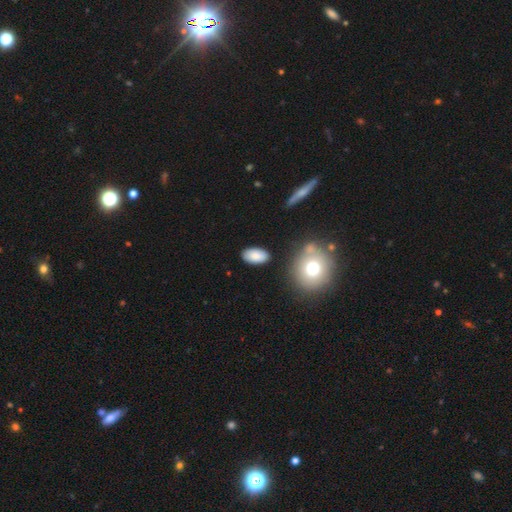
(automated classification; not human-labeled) Smooth or featured? Predicted: smooth (p=0.87). How rounded? Predicted: in between (p=0.94). Merging? Predicted: none (p=0.85).